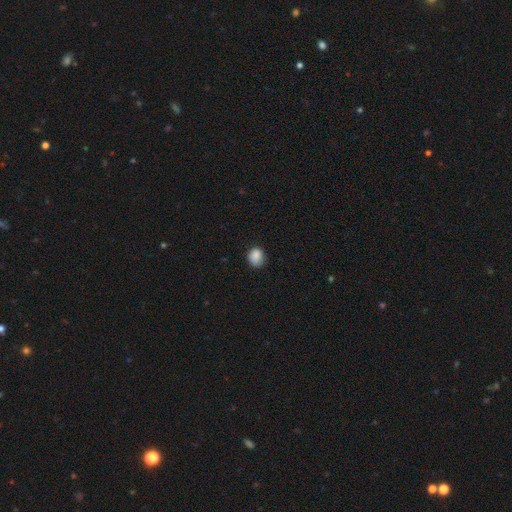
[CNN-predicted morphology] This appears to be a smooth galaxy with no disk features (86%) that is round (67%). Merging: none (70%).